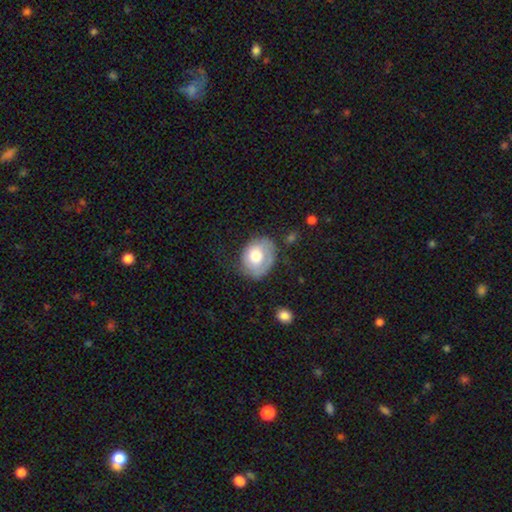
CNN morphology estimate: Overall: smooth (58%; featured or disk 35%). How rounded: in between (51%; round 48%). Merging: none (57%; minor disturbance 26%).